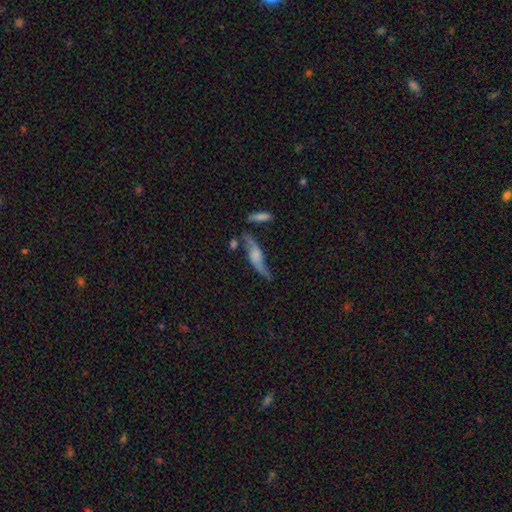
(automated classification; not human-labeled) featured or disk 67%, smooth 26%, star or artifact 7%. Down the decision tree: edge-on disk — no (51%); merging — none (53%).